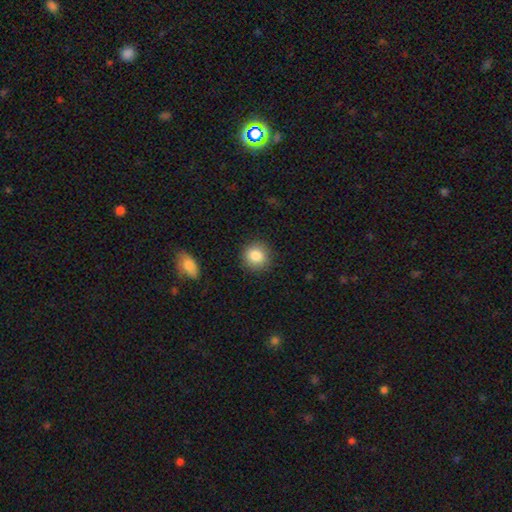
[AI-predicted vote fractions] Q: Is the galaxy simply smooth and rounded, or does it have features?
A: smooth — 86%.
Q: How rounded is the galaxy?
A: round — 89%.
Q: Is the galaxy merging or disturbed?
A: none — 89%.